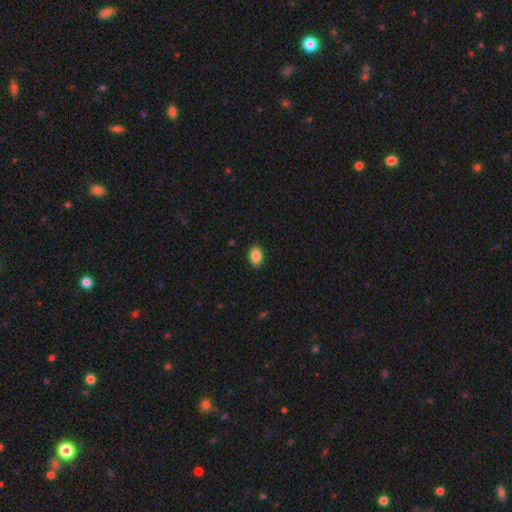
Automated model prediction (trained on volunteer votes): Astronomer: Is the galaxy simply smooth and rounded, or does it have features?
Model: smooth — 88%.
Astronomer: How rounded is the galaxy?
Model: in between — 82%.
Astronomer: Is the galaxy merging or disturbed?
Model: none — 90%.